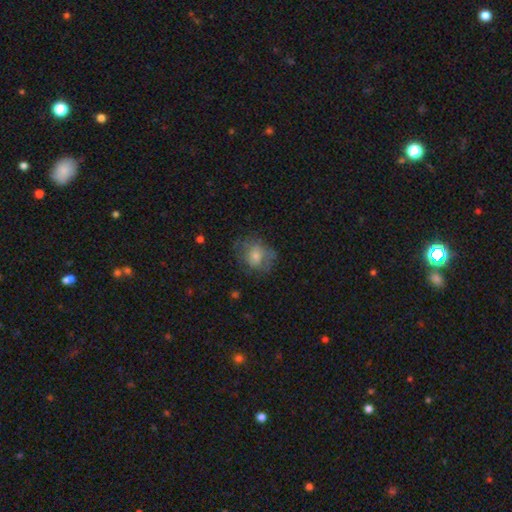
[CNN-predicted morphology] Smooth or featured? smooth (56%)
How rounded? round (62%)
Merging? none (63%)